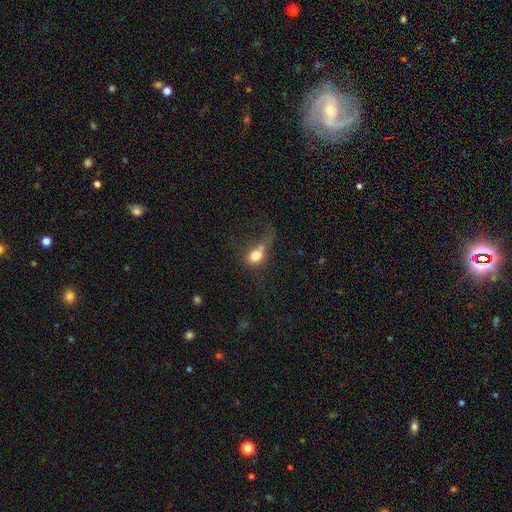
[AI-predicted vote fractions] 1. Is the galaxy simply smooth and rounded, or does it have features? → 73% smooth, 15% featured or disk, 12% star or artifact.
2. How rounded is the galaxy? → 67% round, 31% in between, 2% cigar-shaped.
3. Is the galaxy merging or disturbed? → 32% major disturbance, 27% merger, 26% none, 15% minor disturbance.